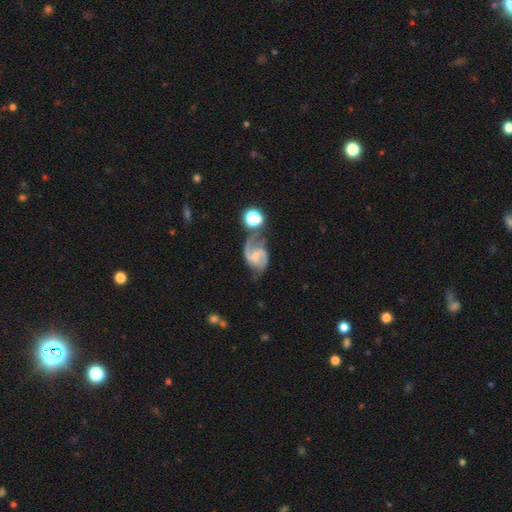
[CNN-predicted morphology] The model was most divided on "bar": weak: 50%, no: 33%, strong: 17%. Remaining: edge-on disk — no (98%); spiral arms — yes (96%); spiral arm count — 2 (86%); smooth or featured — featured or disk (84%); bulge size — small (53%); spiral winding — medium (51%); merging — none (48%).